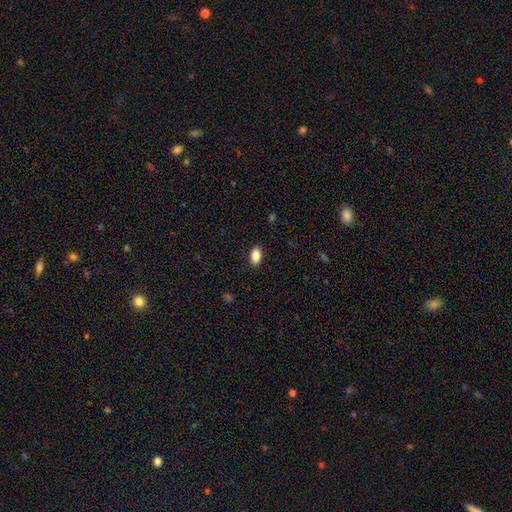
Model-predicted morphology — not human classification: smooth 87%, star or artifact 8%, featured or disk 5%. Down the decision tree: how rounded — in between (92%); merging — none (89%).